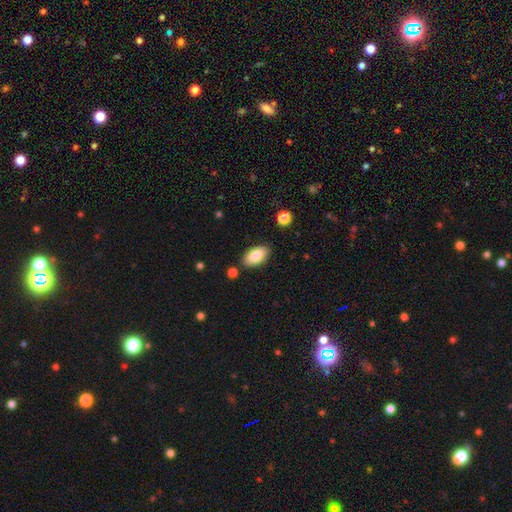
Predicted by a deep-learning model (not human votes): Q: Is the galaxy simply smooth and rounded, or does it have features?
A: smooth — 82%.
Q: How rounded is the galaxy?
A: in between — 93%.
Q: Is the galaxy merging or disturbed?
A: none — 84%.